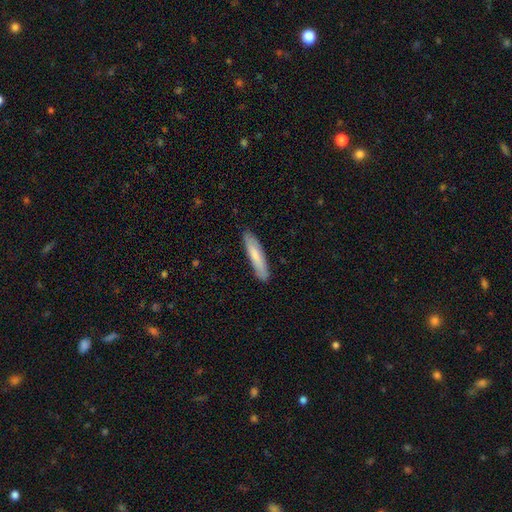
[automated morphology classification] type=smooth (74%); roundness=cigar-shaped (85%); merging=none (87%).